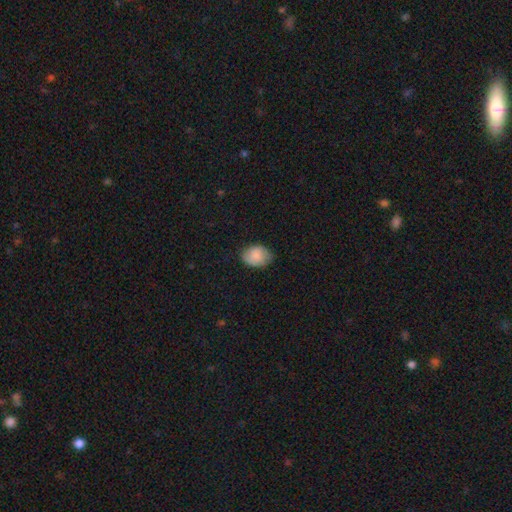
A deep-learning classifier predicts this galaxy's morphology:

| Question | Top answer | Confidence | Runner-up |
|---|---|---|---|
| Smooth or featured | smooth | 85% | featured or disk (8%) |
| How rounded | in between | 68% | round (31%) |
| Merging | none | 74% | minor disturbance (21%) |